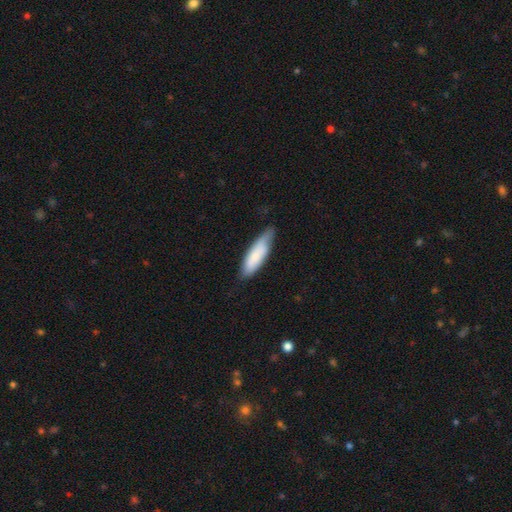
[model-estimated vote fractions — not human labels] smooth_or_featured: smooth (p=0.77) [alt: featured or disk p=0.17]
how_rounded: in between (p=0.50) [alt: cigar-shaped p=0.48]
merging: none (p=0.62) [alt: minor disturbance p=0.31]